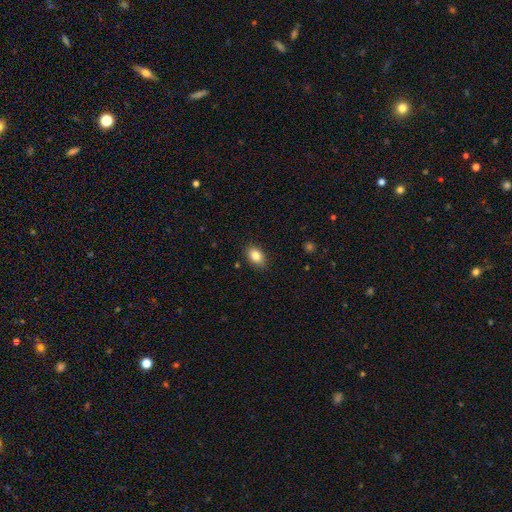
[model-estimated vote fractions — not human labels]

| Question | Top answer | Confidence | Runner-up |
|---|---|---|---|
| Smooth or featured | smooth | 85% | star or artifact (9%) |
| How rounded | in between | 81% | round (17%) |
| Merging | none | 86% | minor disturbance (11%) |